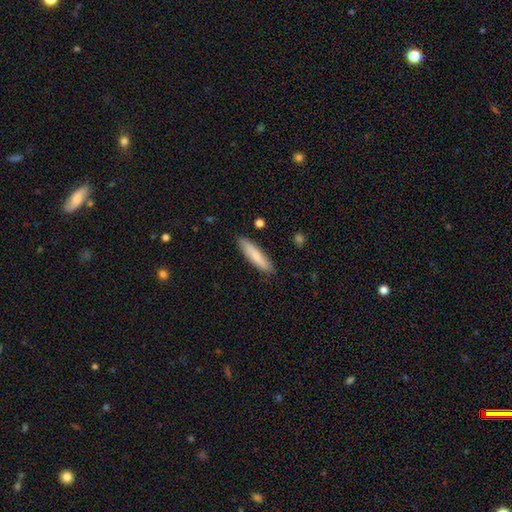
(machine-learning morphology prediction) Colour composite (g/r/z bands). It shows a smooth galaxy with no disk features (75%) that is cigar-shaped (82%). Merging: none (87%).